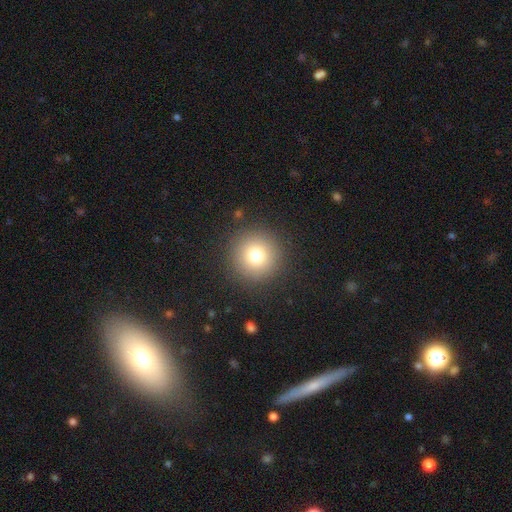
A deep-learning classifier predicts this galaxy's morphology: Smooth or featured?
  - smooth: 76% *
  - star or artifact: 14%
  - featured or disk: 10%
How rounded?
  - round: 96% *
  - in between: 3%
  - cigar-shaped: 1%
Merging?
  - none: 91% *
  - minor disturbance: 5%
  - major disturbance: 3%
  - merger: 1%